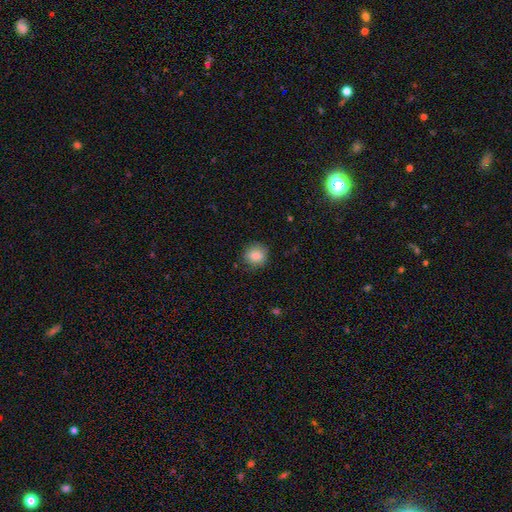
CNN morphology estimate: Overall: smooth (86%). How rounded: round (87%). Merging: none (86%).